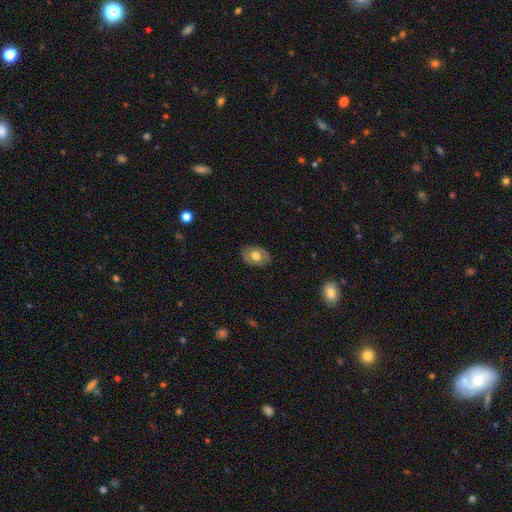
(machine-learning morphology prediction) A smooth galaxy with no disk features (59%) that is in between round and cigar-shaped (80%).

Vote fractions:
- Smooth or featured? smooth: 59% / featured or disk: 34% / star or artifact: 7%
- How rounded? in between: 80% / round: 19% / cigar-shaped: 1%
- Merging? none: 82% / minor disturbance: 14% / major disturbance: 3% / merger: 1%